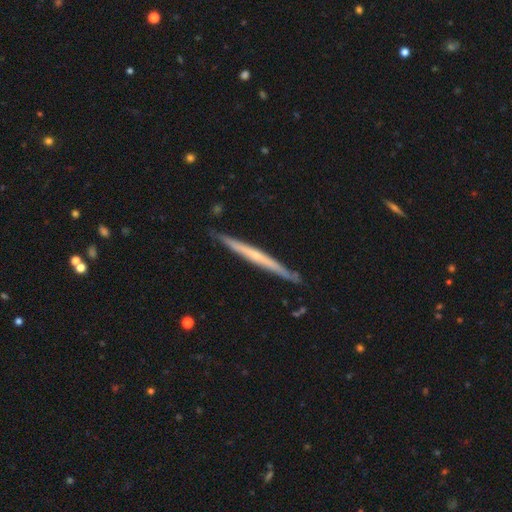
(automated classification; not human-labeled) Q: Smooth or featured?
A: featured or disk (65%); runner-up: smooth (30%)
Q: Edge-on disk?
A: yes (97%); runner-up: no (3%)
Q: Edge-on bulge?
A: none (66%); runner-up: rounded (30%)
Q: Merging?
A: none (89%); runner-up: minor disturbance (9%)